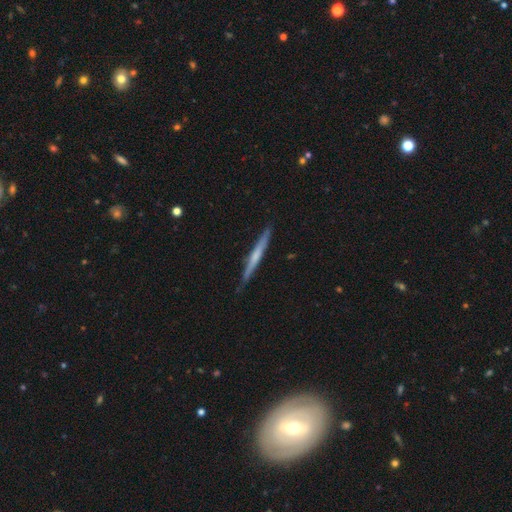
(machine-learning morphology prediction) Smooth or featured? Predicted: featured or disk (p=0.53). Edge-on disk? Predicted: yes (p=0.97). Edge-on bulge? Predicted: none (p=0.62). Merging? Predicted: none (p=0.87).